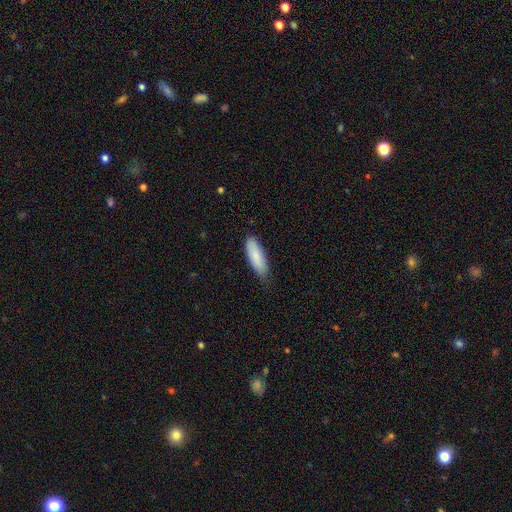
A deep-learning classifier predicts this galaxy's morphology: Smooth or featured: smooth — 85% (featured or disk — 9%)
How rounded: in between — 60% (cigar-shaped — 38%)
Merging: none — 73% (minor disturbance — 23%)